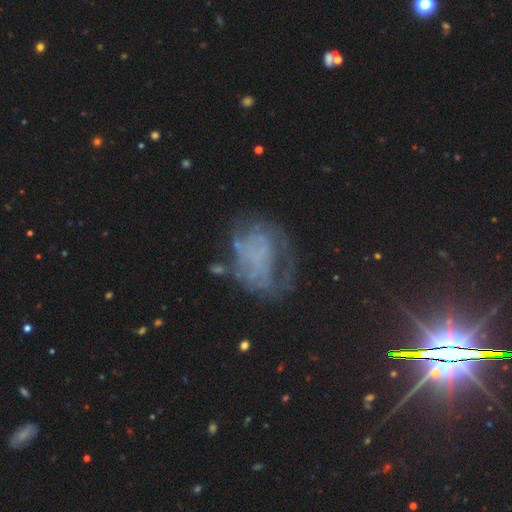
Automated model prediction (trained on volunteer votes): A featured or disk galaxy (60%) with no bar (86%), no spiral arms (53%) and no central bulge (82%).

Vote fractions:
- Smooth or featured? featured or disk: 60% / smooth: 24% / star or artifact: 16%
- Edge-on disk? no: 98% / yes: 2%
- Bar? no: 86% / weak: 11% / strong: 3%
- Spiral arms? no: 53% / yes: 47%
- Bulge size? none: 82% / small: 8% / moderate: 4% / large: 4% / dominant: 2%
- Merging? none: 41% / major disturbance: 33% / minor disturbance: 22% / merger: 4%